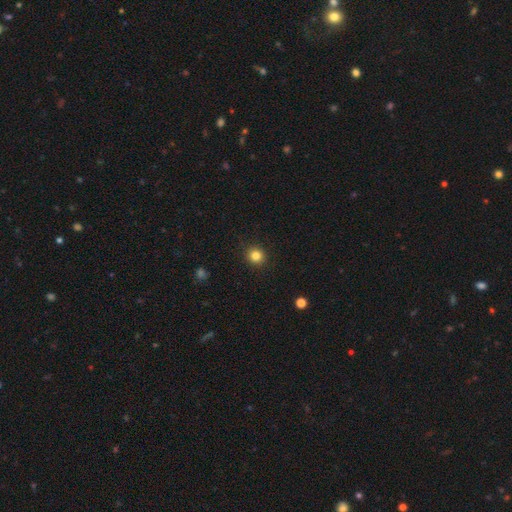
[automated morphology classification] Smooth or featured: smooth — 83% (star or artifact — 12%)
How rounded: round — 91% (in between — 8%)
Merging: none — 92% (minor disturbance — 5%)